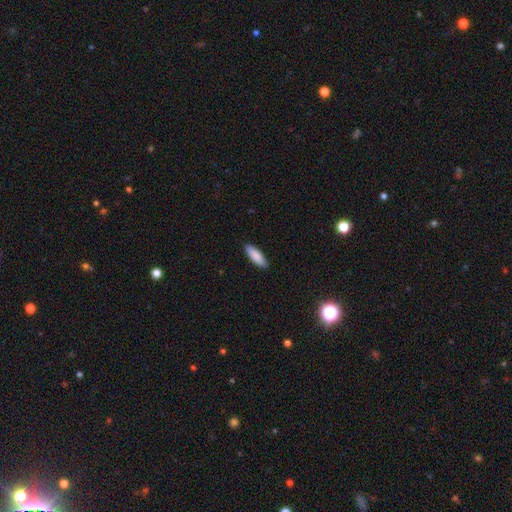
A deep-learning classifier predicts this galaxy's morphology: A smooth galaxy with no disk features (87%) that is in between round and cigar-shaped (57%).

Vote fractions:
- Smooth or featured? smooth: 87% / featured or disk: 7% / star or artifact: 6%
- How rounded? in between: 57% / cigar-shaped: 42% / round: 1%
- Merging? none: 88% / minor disturbance: 9% / major disturbance: 2% / merger: 1%